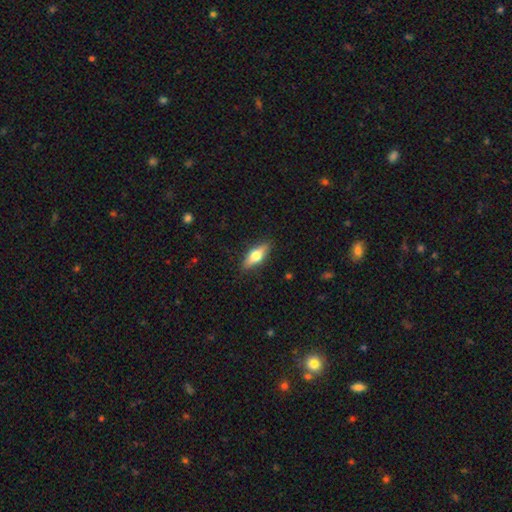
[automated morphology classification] smooth 55%, featured or disk 39%, star or artifact 7%. Down the decision tree: how rounded — in between (62%); merging — none (86%).